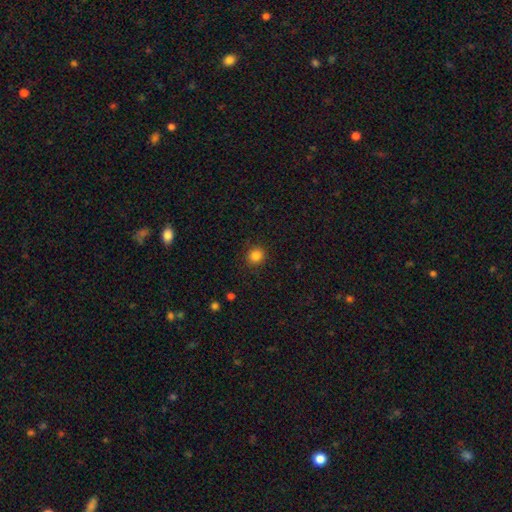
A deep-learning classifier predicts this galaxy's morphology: smooth 85%, star or artifact 11%, featured or disk 4%. Down the decision tree: how rounded — round (87%); merging — none (90%).